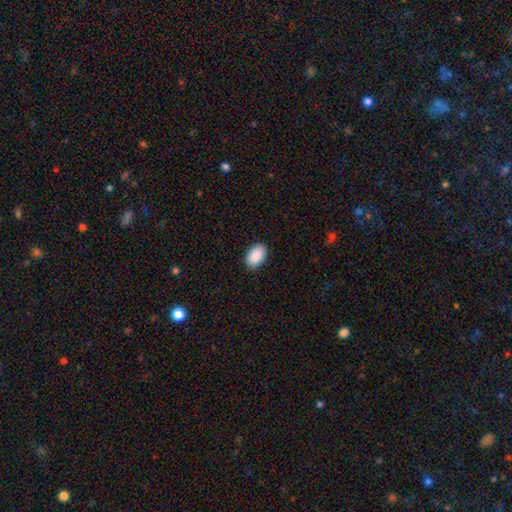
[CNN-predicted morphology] Smooth or featured?
  - smooth: 91% *
  - star or artifact: 6%
  - featured or disk: 3%
How rounded?
  - in between: 92% *
  - round: 7%
  - cigar-shaped: 1%
Merging?
  - none: 89% *
  - minor disturbance: 8%
  - major disturbance: 2%
  - merger: 1%